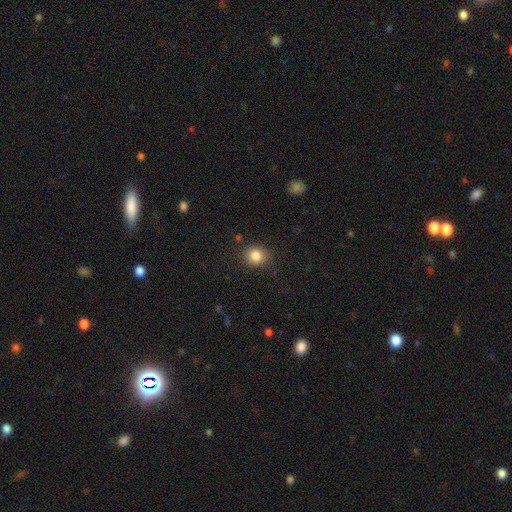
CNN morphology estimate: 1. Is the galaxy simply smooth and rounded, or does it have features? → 84% smooth, 11% star or artifact, 5% featured or disk.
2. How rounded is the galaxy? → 80% round, 19% in between, 1% cigar-shaped.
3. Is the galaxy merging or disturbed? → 84% none, 11% minor disturbance, 3% major disturbance, 2% merger.